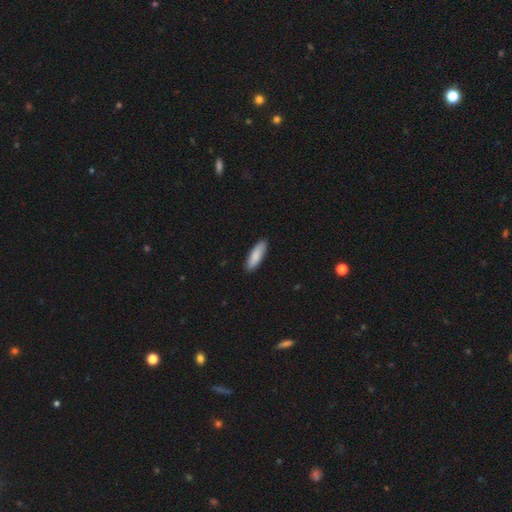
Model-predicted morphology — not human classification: Smooth or featured? smooth (86%)
How rounded? in between (50%)
Merging? none (90%)